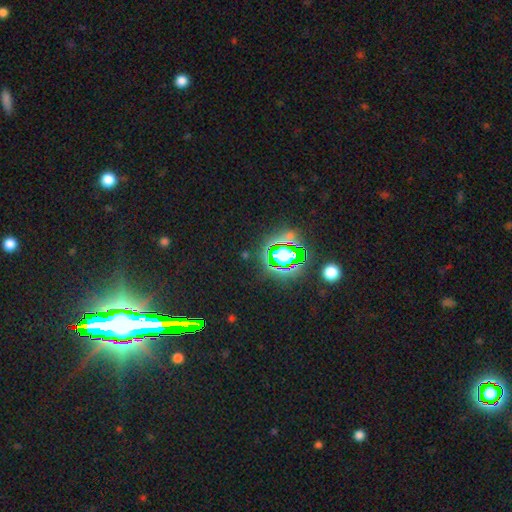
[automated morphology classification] Smooth or featured: star or artifact — 81% (smooth — 11%)